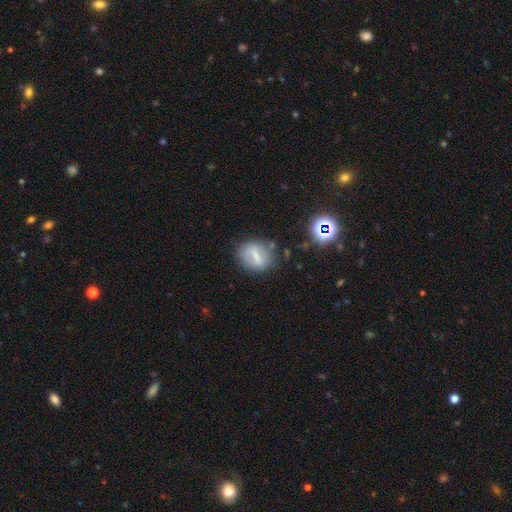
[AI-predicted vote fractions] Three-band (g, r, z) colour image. It shows a smooth galaxy with no disk features (49%). Merging: none (74%).